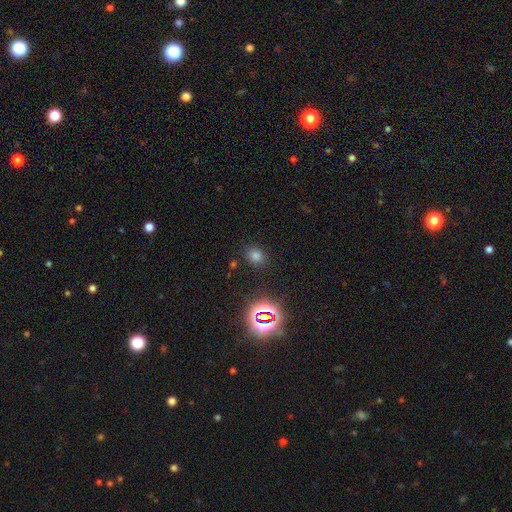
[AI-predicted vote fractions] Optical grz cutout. It shows a smooth galaxy with no disk features (67%) that is round (55%). Merging: none (85%).